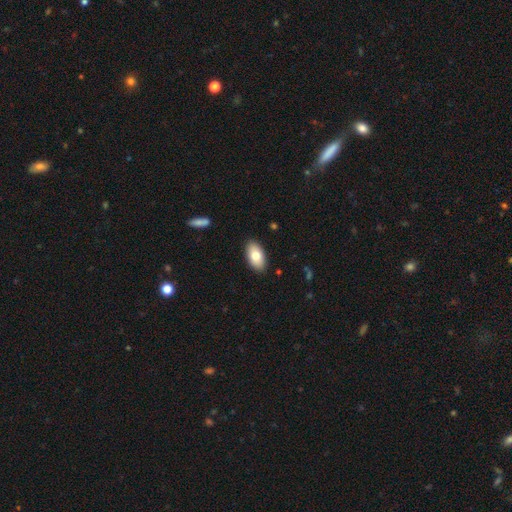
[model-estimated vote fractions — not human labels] Morphology: type=smooth (77%); roundness=in between (94%); merging=none (89%).